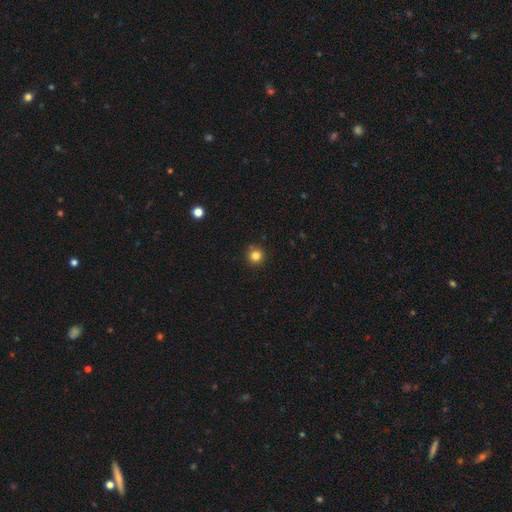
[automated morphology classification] This appears to be a smooth galaxy with no disk features (82%) that is round (95%). Merging: none (89%).